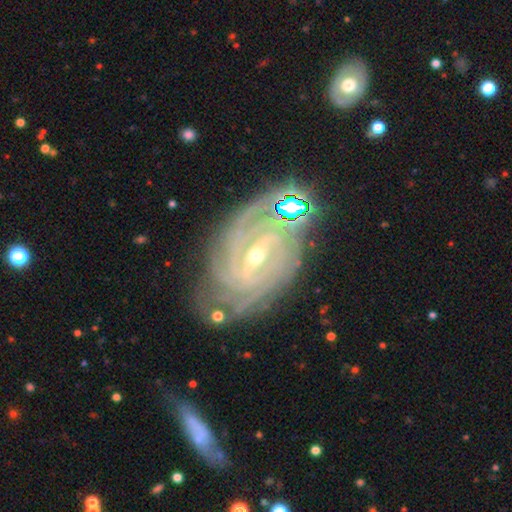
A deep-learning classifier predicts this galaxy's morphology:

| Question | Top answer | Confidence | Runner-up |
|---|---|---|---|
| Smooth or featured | featured or disk | 89% | star or artifact (6%) |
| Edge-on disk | no | 95% | yes (5%) |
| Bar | weak | 45% | strong (36%) |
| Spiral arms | yes | 98% | no (2%) |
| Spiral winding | tight | 76% | medium (20%) |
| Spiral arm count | can't tell | 24% | 4 (22%) |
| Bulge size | small | 61% | moderate (36%) |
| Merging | none | 69% | minor disturbance (19%) |